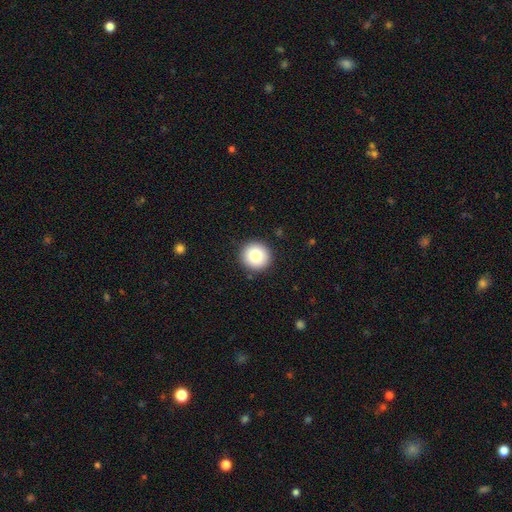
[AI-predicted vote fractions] A smooth galaxy with no disk features (86%) that is round (95%). Merging: none (92%).